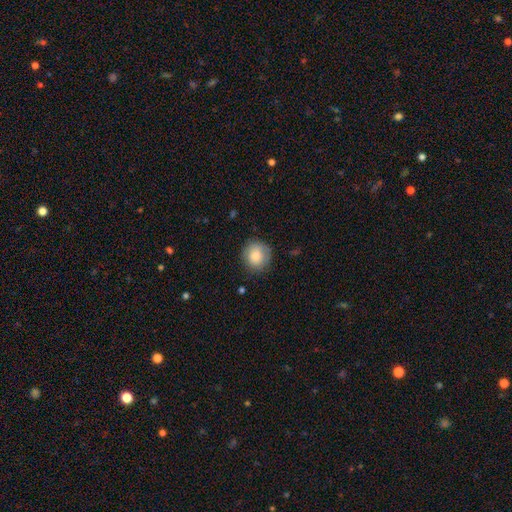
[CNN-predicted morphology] The model was most divided on "merging": none: 80%, minor disturbance: 15%, major disturbance: 4%, merger: 1%. More confident: how rounded — round (87%); smooth or featured — smooth (80%).